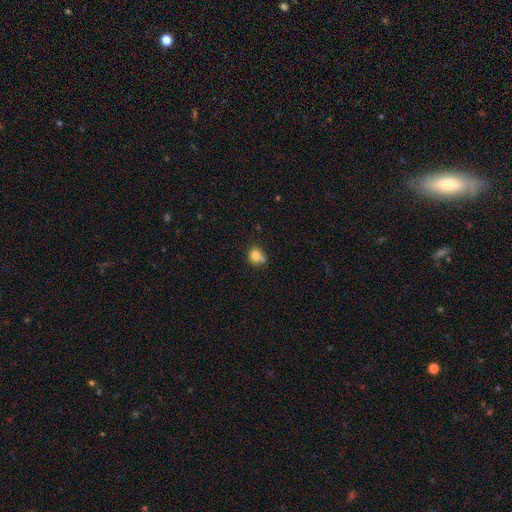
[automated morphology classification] smooth_or_featured: smooth (p=0.80) [alt: star or artifact p=0.11]
how_rounded: round (p=0.77) [alt: in between p=0.22]
merging: none (p=0.56) [alt: minor disturbance p=0.21]